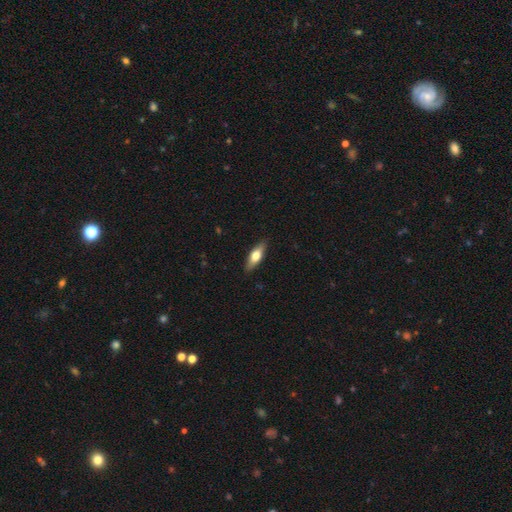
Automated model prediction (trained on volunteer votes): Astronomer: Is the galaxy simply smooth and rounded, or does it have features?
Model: smooth — 60%.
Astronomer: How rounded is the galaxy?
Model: in between — 54% (runner-up: cigar-shaped, 43%).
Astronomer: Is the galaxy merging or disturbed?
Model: none — 88%.